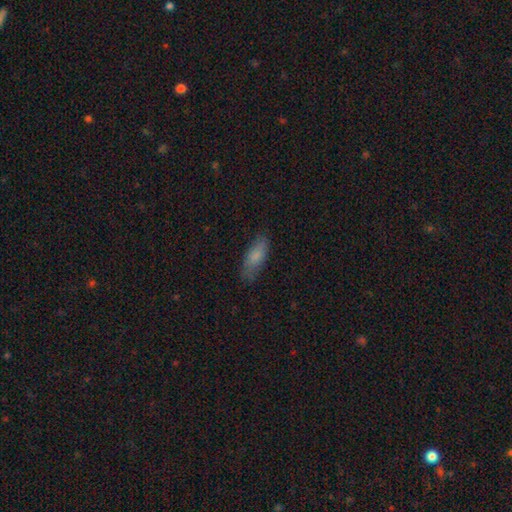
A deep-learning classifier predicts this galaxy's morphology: Smooth or featured: smooth — 80% (featured or disk — 14%)
How rounded: in between — 70% (cigar-shaped — 28%)
Merging: none — 76% (minor disturbance — 18%)